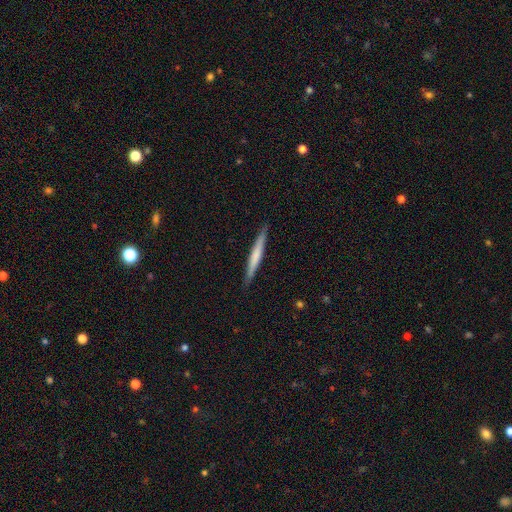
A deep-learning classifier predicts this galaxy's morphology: A smooth galaxy with no disk features (54%) that is cigar-shaped (96%).

Vote fractions:
- Smooth or featured? smooth: 54% / featured or disk: 41% / star or artifact: 5%
- How rounded? cigar-shaped: 96% / in between: 2% / round: 1%
- Merging? none: 90% / minor disturbance: 8% / major disturbance: 1% / merger: 1%